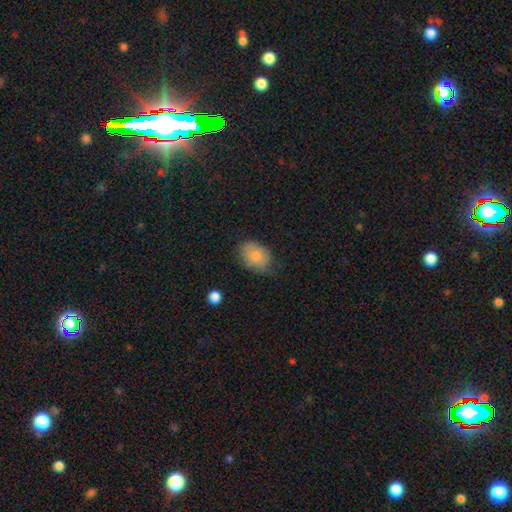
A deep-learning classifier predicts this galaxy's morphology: Smooth or featured?
  - smooth: 81% *
  - featured or disk: 11%
  - star or artifact: 8%
How rounded?
  - in between: 72% *
  - round: 27%
  - cigar-shaped: 1%
Merging?
  - none: 63% *
  - minor disturbance: 28%
  - major disturbance: 7%
  - merger: 2%